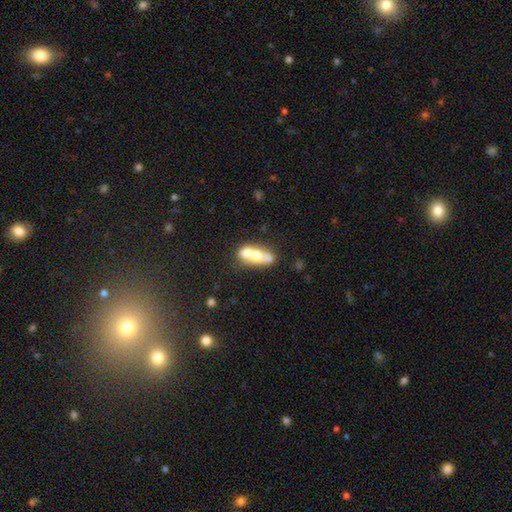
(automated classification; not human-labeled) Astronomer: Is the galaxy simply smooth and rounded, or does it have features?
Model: smooth — 54% (runner-up: featured or disk, 38%).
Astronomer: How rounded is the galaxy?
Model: in between — 70%.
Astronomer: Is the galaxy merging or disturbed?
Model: merger — 62%.